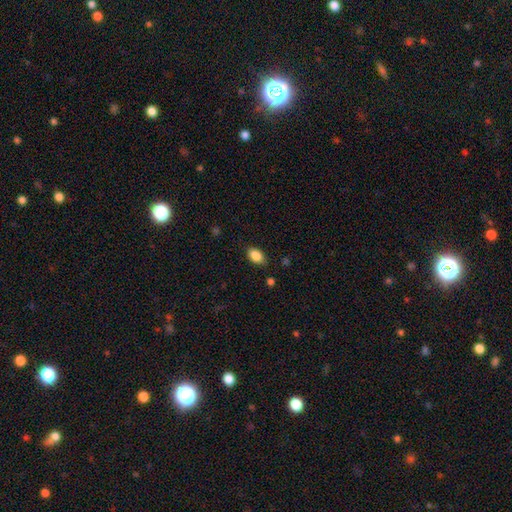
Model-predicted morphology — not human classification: This appears to be a smooth galaxy with no disk features (87%) that is in between round and cigar-shaped (89%). Merging: none (83%).